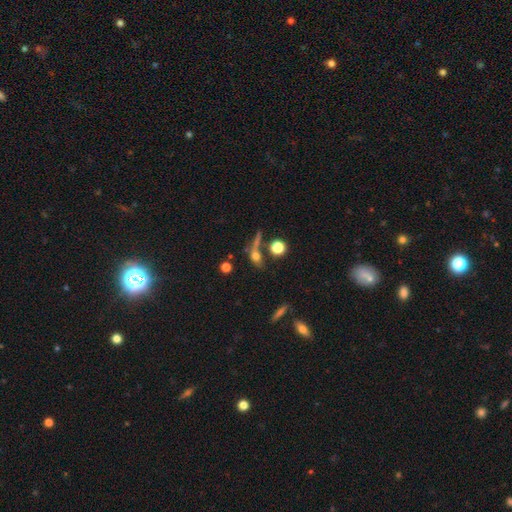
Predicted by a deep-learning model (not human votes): Smooth or featured? Predicted: smooth (p=0.61). How rounded? Predicted: round (p=0.42). Merging? Predicted: none (p=0.48).